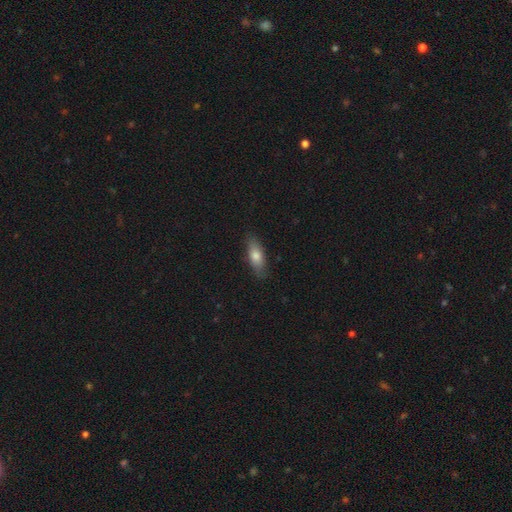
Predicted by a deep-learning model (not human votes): smooth-or-featured: smooth: 73% | featured or disk: 20% | star or artifact: 7%
  how-rounded: in between: 72% | cigar-shaped: 25% | round: 3%
  merging: none: 83% | minor disturbance: 14% | major disturbance: 3% | merger: 1%